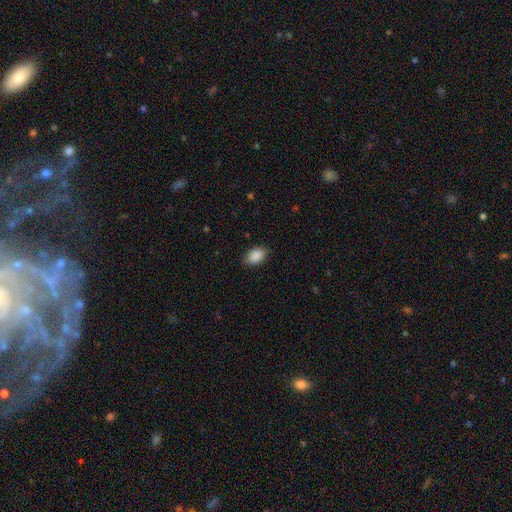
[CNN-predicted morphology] The model was most divided on "merging": none: 85%, minor disturbance: 11%, major disturbance: 3%, merger: 1%. More confident: smooth or featured — smooth (90%); how rounded — in between (90%).